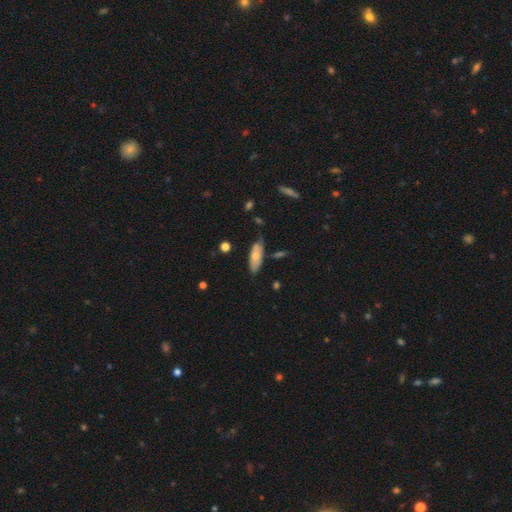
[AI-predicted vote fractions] Smooth or featured?
  - smooth: 60% *
  - featured or disk: 34%
  - star or artifact: 7%
How rounded?
  - in between: 73% *
  - cigar-shaped: 25%
  - round: 2%
Merging?
  - none: 58% *
  - minor disturbance: 30%
  - major disturbance: 7%
  - merger: 5%